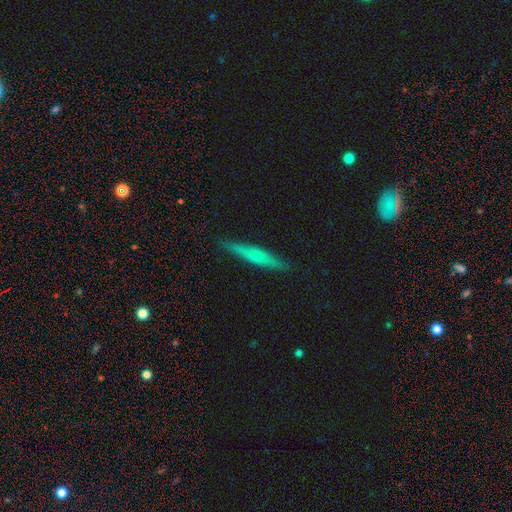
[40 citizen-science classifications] Q: Smooth or featured?
A: featured or disk (55%); runner-up: smooth (38%)
Q: Edge-on disk?
A: yes (95%); runner-up: no (5%)
Q: Edge-on bulge?
A: rounded (62%); runner-up: none (29%)
Q: Merging?
A: none (92%); runner-up: minor disturbance (8%)